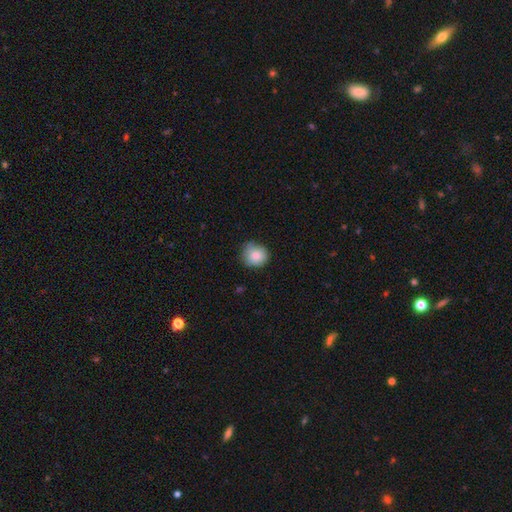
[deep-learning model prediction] smooth 84%, star or artifact 8%, featured or disk 8%. Down the decision tree: how rounded — round (85%); merging — none (68%).